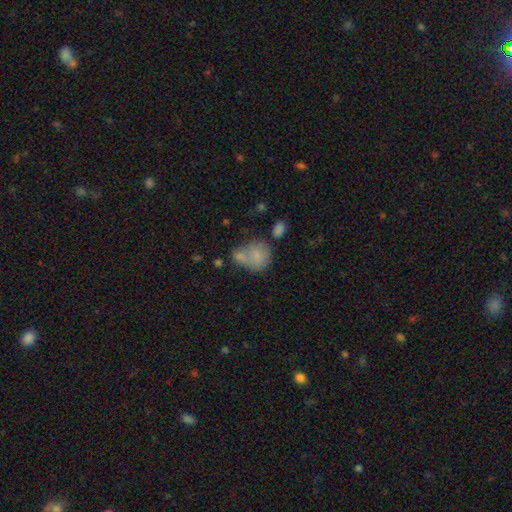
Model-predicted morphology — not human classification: Overall: smooth (76%). How rounded: round (65%; in between 34%). Merging: merger (40%; none 34%).